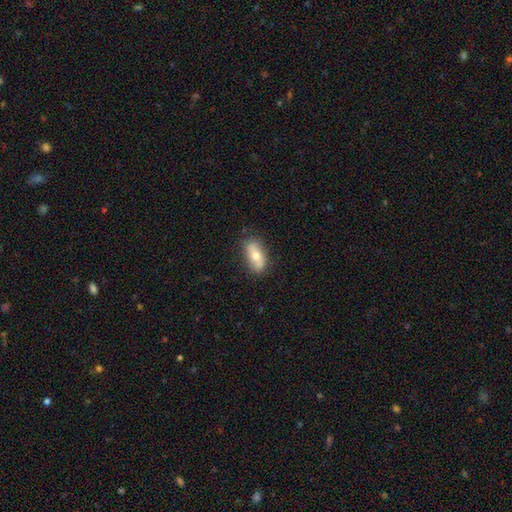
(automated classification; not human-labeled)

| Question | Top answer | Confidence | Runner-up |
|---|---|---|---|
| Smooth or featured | smooth | 54% | featured or disk (39%) |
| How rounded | in between | 84% | cigar-shaped (10%) |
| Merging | none | 79% | minor disturbance (16%) |